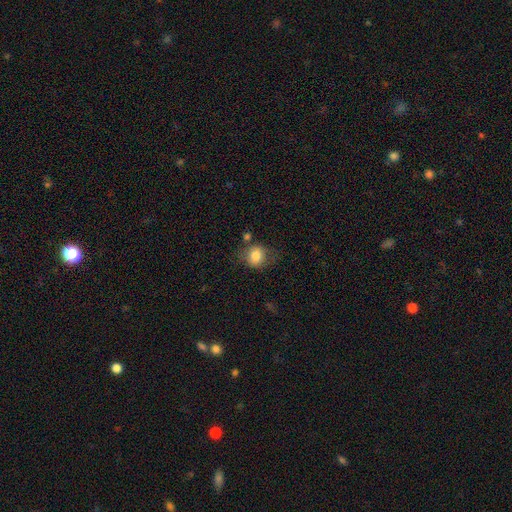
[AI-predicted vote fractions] Smooth or featured? smooth (79%)
How rounded? round (69%)
Merging? none (65%)